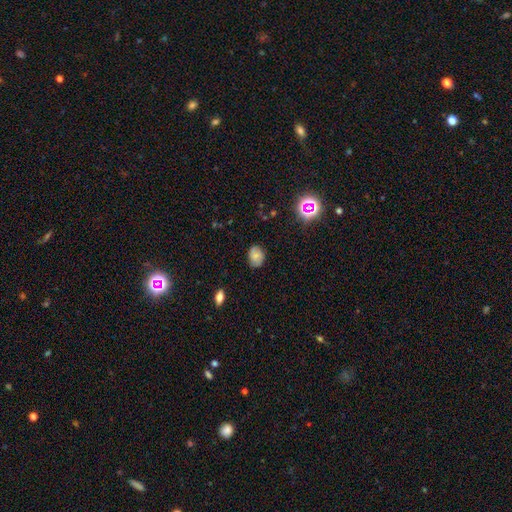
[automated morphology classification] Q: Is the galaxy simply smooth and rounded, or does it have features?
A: smooth — 74%.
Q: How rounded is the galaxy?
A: in between — 61%.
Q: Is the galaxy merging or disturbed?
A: none — 76%.